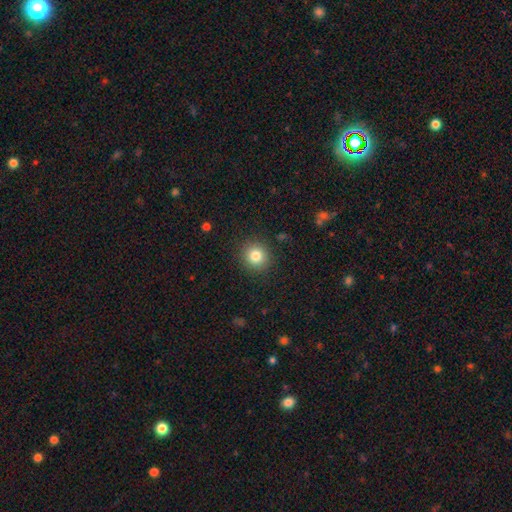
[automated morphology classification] Overall: smooth (82%). How rounded: round (91%). Merging: none (90%).